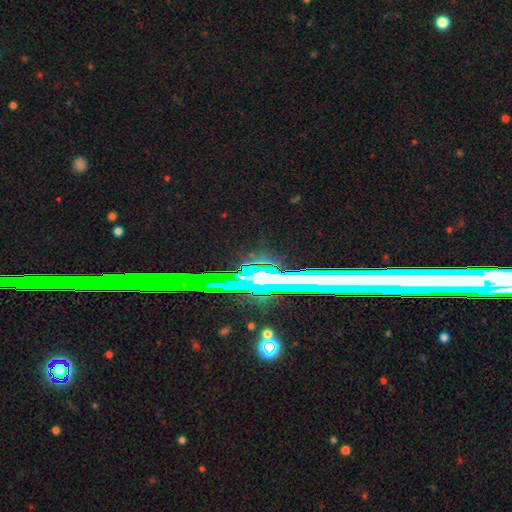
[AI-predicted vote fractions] Overall: star or artifact (45%; featured or disk 41%).